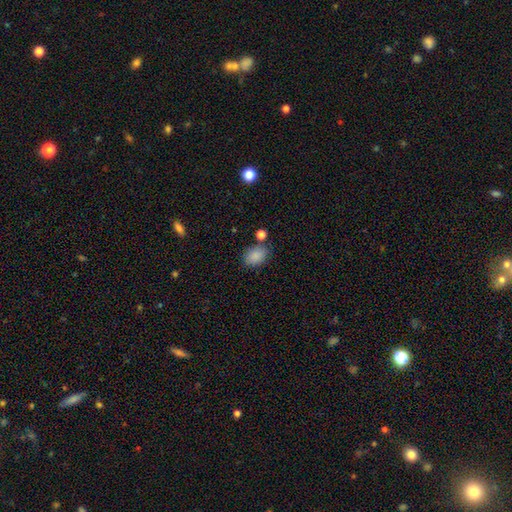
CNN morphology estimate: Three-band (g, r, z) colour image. It shows a smooth galaxy with no disk features (87%) that is in between round and cigar-shaped (82%). Merging: none (76%).